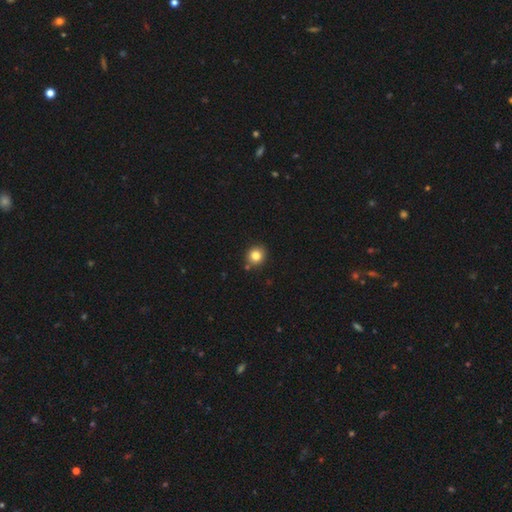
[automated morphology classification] smooth 82%, star or artifact 11%, featured or disk 7%. Down the decision tree: how rounded — round (87%); merging — none (86%).